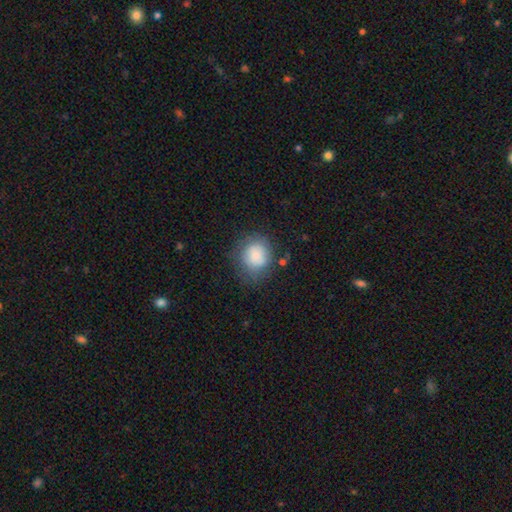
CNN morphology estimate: Smooth or featured? Predicted: smooth (p=0.81). How rounded? Predicted: round (p=0.76). Merging? Predicted: none (p=0.64).